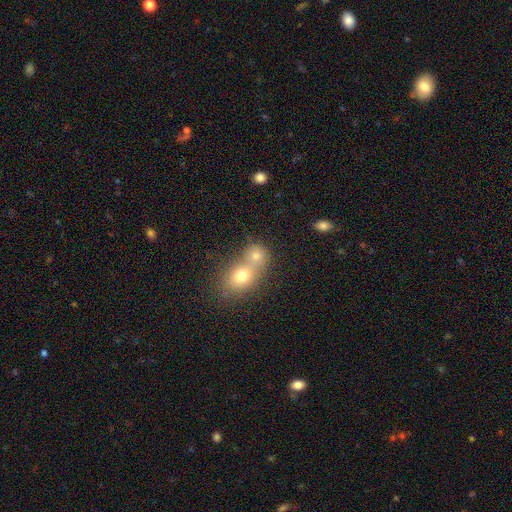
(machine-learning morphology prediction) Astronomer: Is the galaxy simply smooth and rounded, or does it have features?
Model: smooth — 74%.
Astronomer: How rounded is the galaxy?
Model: round — 63%.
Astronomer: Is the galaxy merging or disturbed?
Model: merger — 64%.